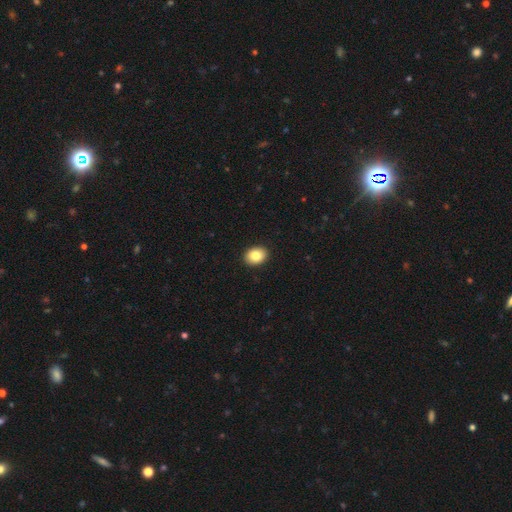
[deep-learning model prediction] smooth_or_featured: smooth (p=0.85) [alt: star or artifact p=0.08]
how_rounded: in between (p=0.66) [alt: round p=0.33]
merging: none (p=0.92) [alt: minor disturbance p=0.06]